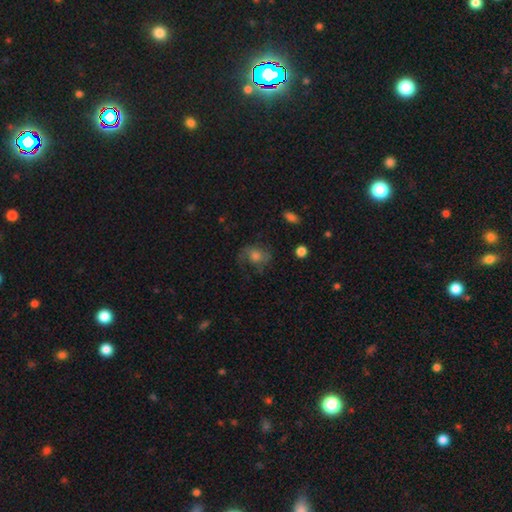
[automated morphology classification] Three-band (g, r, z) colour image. It shows a featured or disk galaxy (45%). Merging: none (52%).